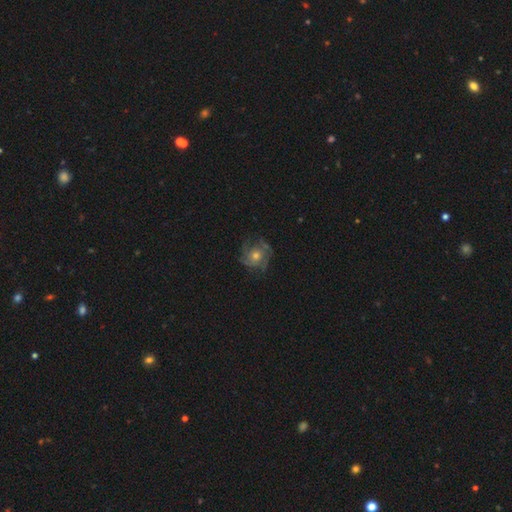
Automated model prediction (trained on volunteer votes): Smooth or featured? featured or disk (71%)
Edge-on disk? no (98%)
Bar? no (80%)
Spiral arms? yes (90%)
Spiral winding? tight (46%)
Spiral arm count? 3 (34%)
Bulge size? moderate (64%)
Merging? none (73%)